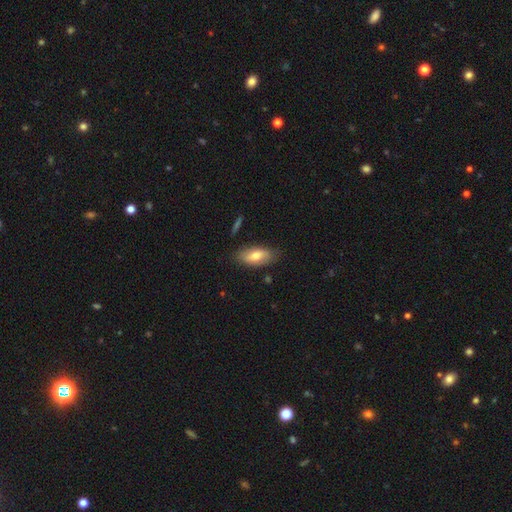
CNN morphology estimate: Smooth or featured? smooth (68%)
How rounded? in between (88%)
Merging? none (80%)